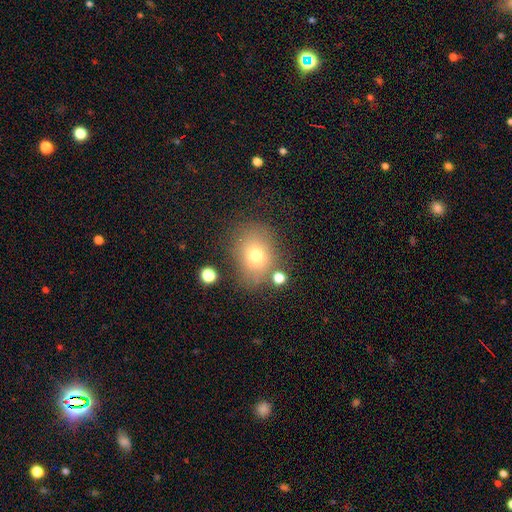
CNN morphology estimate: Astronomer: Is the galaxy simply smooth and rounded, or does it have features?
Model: smooth — 71%.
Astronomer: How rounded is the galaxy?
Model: round — 52% (runner-up: in between, 47%).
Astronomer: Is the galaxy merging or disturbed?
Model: none — 69%.